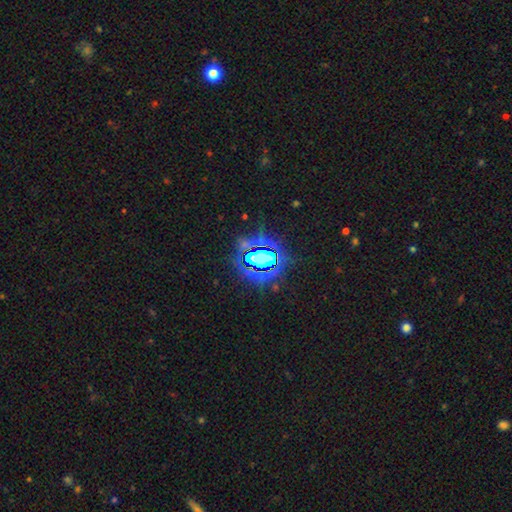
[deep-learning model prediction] This appears to be a star or artifact, not a galaxy (77%).